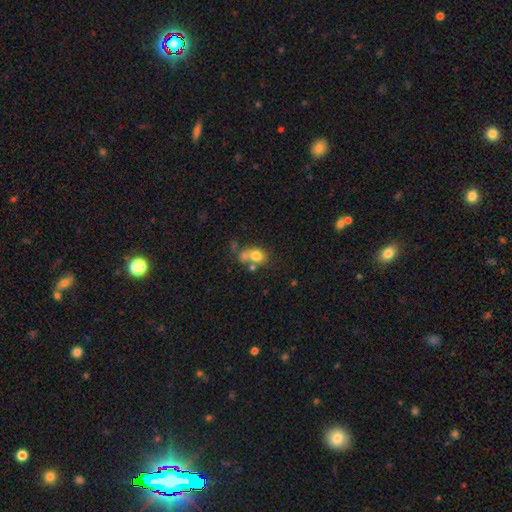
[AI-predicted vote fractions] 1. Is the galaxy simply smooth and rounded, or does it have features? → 73% smooth, 16% featured or disk, 11% star or artifact.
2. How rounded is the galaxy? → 59% in between, 39% round, 2% cigar-shaped.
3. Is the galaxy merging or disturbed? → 38% merger, 34% none, 17% minor disturbance, 12% major disturbance.